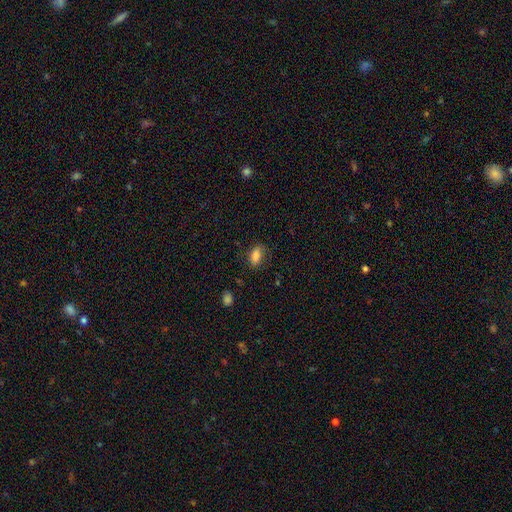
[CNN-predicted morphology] Smooth or featured: smooth — 83% (star or artifact — 9%)
How rounded: in between — 87% (round — 7%)
Merging: none — 75% (minor disturbance — 18%)